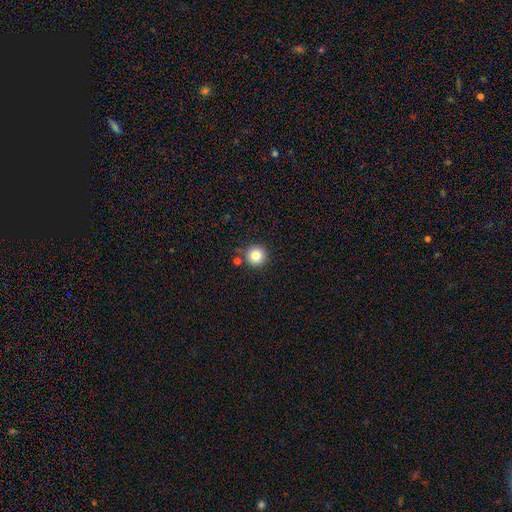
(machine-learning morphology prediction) smooth 83%, star or artifact 11%, featured or disk 6%. Down the decision tree: how rounded — round (96%); merging — none (85%).